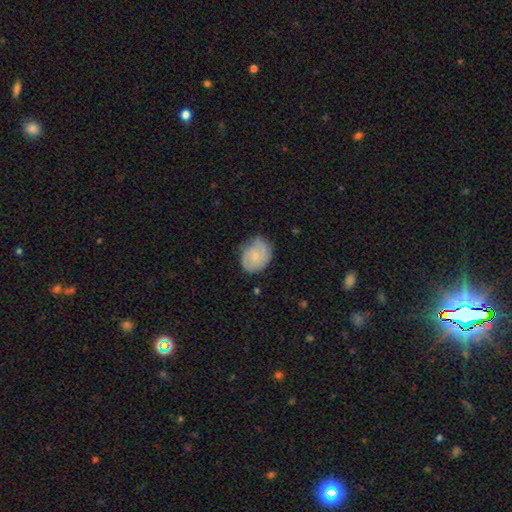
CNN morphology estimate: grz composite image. It shows a smooth galaxy with no disk features (52%) that is round (53%). Merging: none (60%).